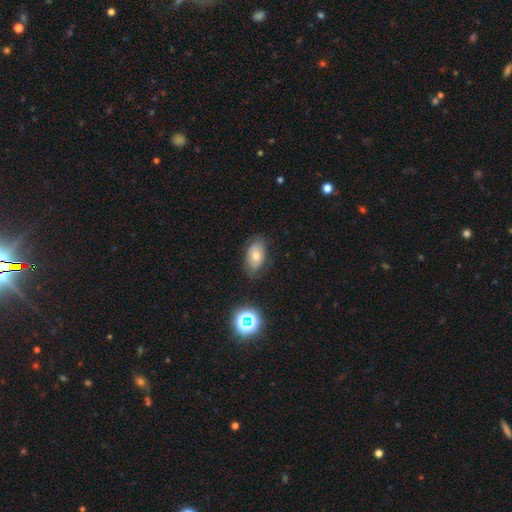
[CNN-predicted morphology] A smooth galaxy with no disk features (64%) that is in between round and cigar-shaped (90%).

Vote fractions:
- Smooth or featured? smooth: 64% / featured or disk: 24% / star or artifact: 12%
- How rounded? in between: 90% / round: 8% / cigar-shaped: 2%
- Merging? none: 76% / minor disturbance: 17% / major disturbance: 4% / merger: 2%